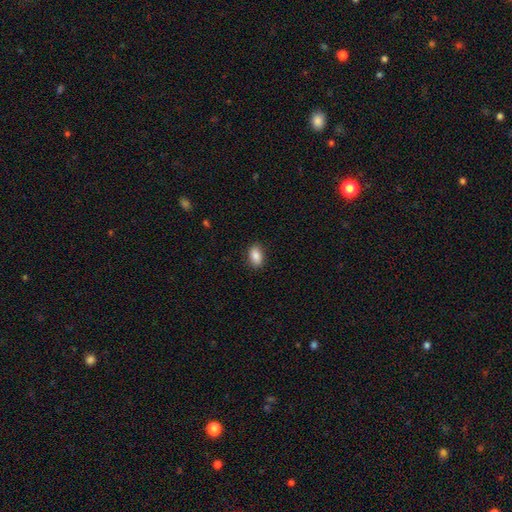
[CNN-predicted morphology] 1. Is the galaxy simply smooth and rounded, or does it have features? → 87% smooth, 8% star or artifact, 5% featured or disk.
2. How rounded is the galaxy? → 90% in between, 7% round, 3% cigar-shaped.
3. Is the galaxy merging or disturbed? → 87% none, 10% minor disturbance, 2% major disturbance, 1% merger.